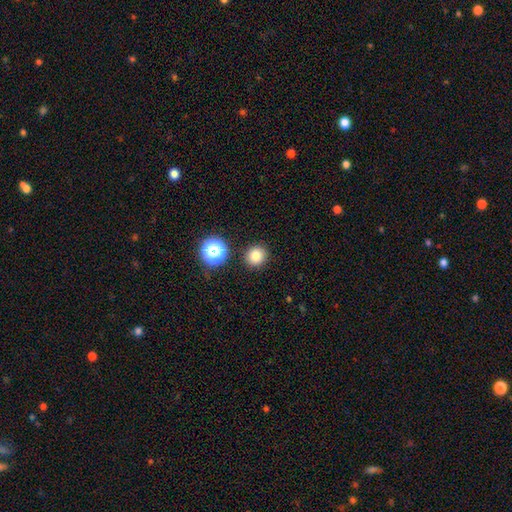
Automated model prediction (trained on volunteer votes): This is clearly a smooth galaxy (81%). How rounded: clearly round (88%). Merging: clearly none (88%).